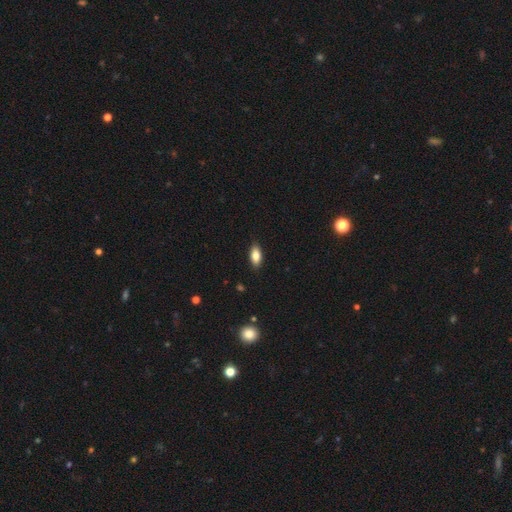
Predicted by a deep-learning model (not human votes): This appears to be a smooth galaxy with no disk features (82%) that is in between round and cigar-shaped (88%). Merging: none (87%).